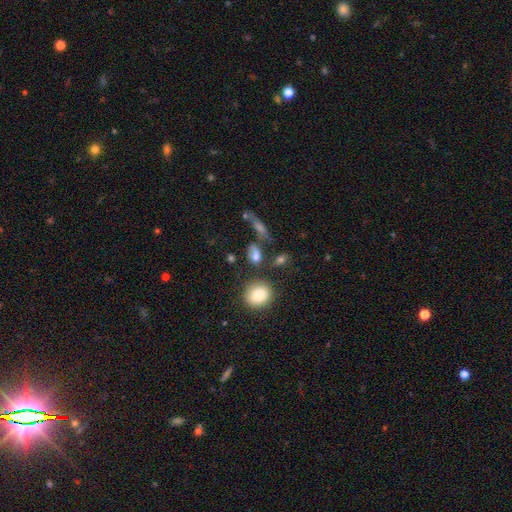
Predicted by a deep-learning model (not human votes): smooth 75%, star or artifact 14%, featured or disk 12%. Down the decision tree: how rounded — in between (62%); merging — none (55%).